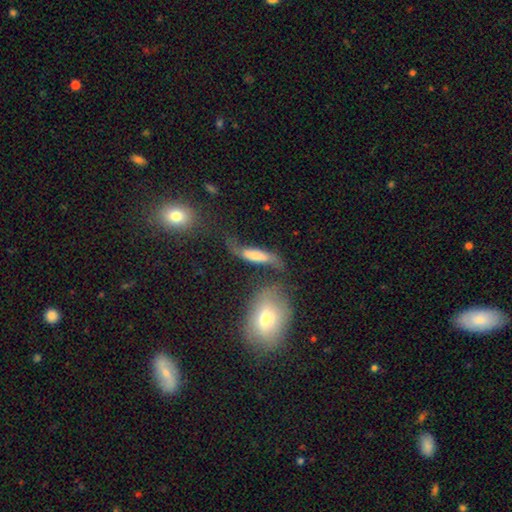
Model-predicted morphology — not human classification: Q: Smooth or featured?
A: featured or disk (46%); runner-up: smooth (45%)
Q: Merging?
A: none (35%); runner-up: major disturbance (24%)